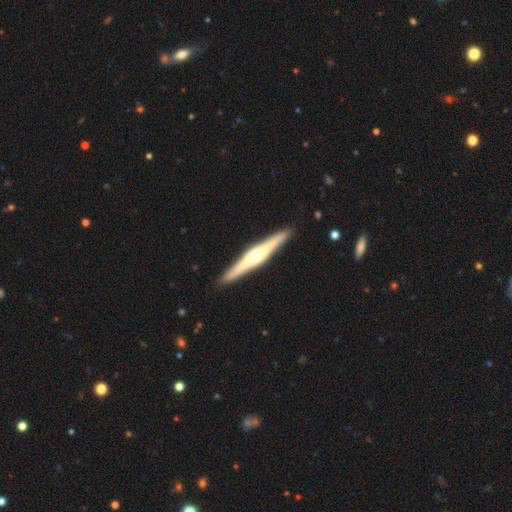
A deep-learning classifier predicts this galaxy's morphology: type=featured or disk (71%); edge-on=yes (97%); edge-on bulge=rounded (85%); merging=none (91%).